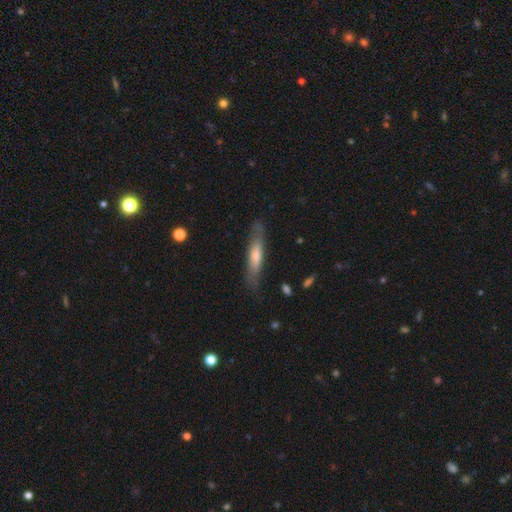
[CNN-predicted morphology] The model was most divided on "smooth or featured": smooth: 48%, featured or disk: 46%, star or artifact: 6%. More confident: merging — none (81%).